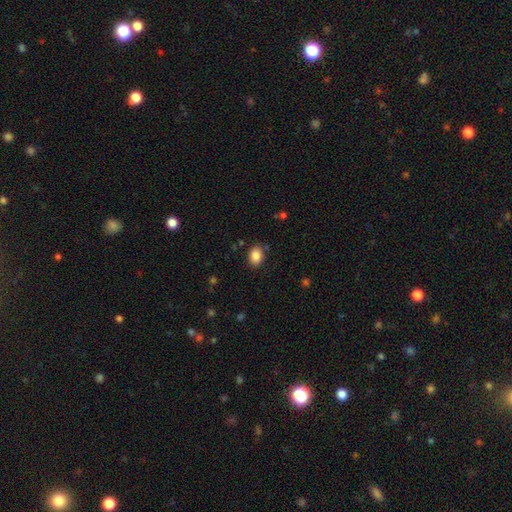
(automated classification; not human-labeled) The model was most divided on "how rounded": in between: 73%, round: 26%, cigar-shaped: 1%. More confident: smooth or featured — smooth (87%); merging — none (84%).